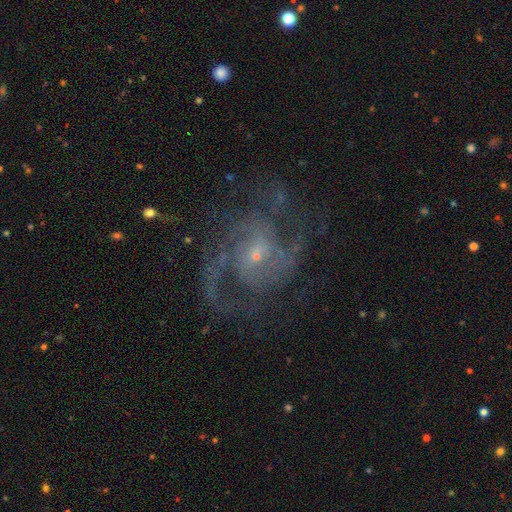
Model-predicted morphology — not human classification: smooth-or-featured: featured or disk: 89% | star or artifact: 7% | smooth: 5%
  disk-edge-on: no: 98% | yes: 2%
    bar: no: 50% | weak: 41% | strong: 10%
    has-spiral-arms: yes: 97% | no: 3%
      spiral-winding: medium: 54% | tight: 29% | loose: 17%
      spiral-arm-count: 2: 50% | 3: 19% | can't tell: 14% | 4: 7% | 1: 5% | more than 4: 5%
    bulge-size: small: 79% | moderate: 16% | none: 3% | large: 1% | dominant: 1%
  merging: none: 67% | minor disturbance: 16% | major disturbance: 15% | merger: 2%